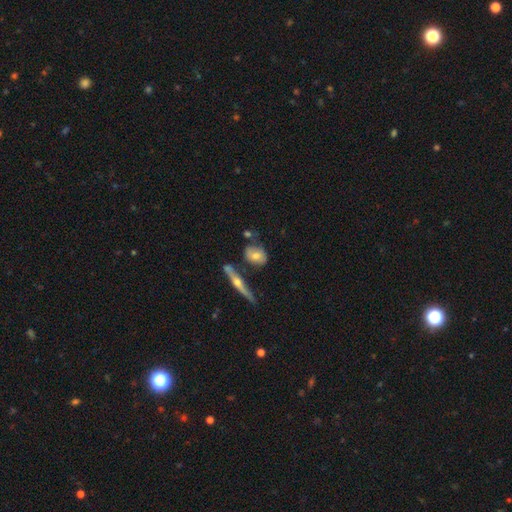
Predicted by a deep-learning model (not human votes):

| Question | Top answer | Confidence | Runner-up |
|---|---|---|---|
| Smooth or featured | smooth | 55% | featured or disk (37%) |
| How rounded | in between | 64% | round (30%) |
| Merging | none | 59% | minor disturbance (21%) |